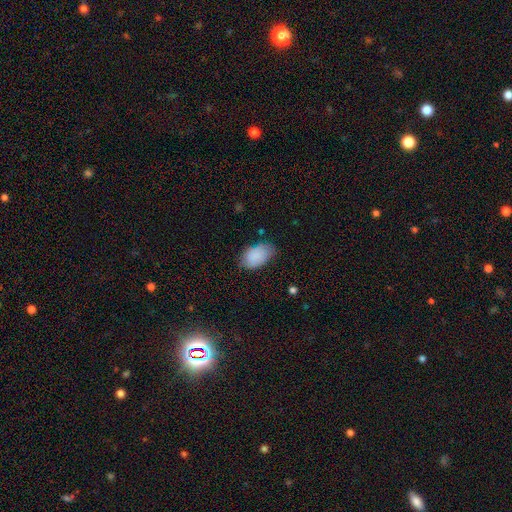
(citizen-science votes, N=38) Smooth or featured? 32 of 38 (84%) said smooth. How rounded? 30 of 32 (94%) said in between. Merging? 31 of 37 (84%) said none.